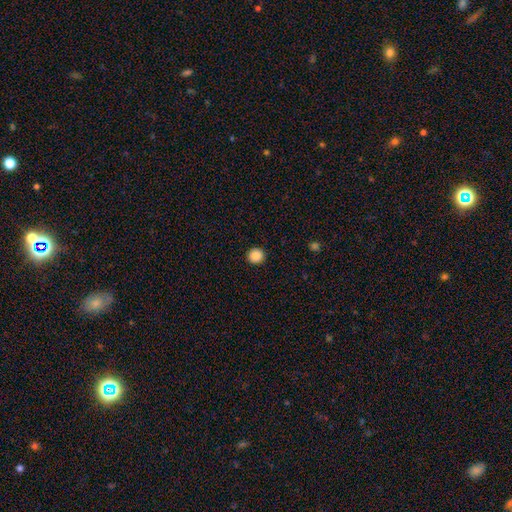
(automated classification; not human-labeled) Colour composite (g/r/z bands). It shows a smooth galaxy with no disk features (88%) that is round (95%). Merging: none (93%).